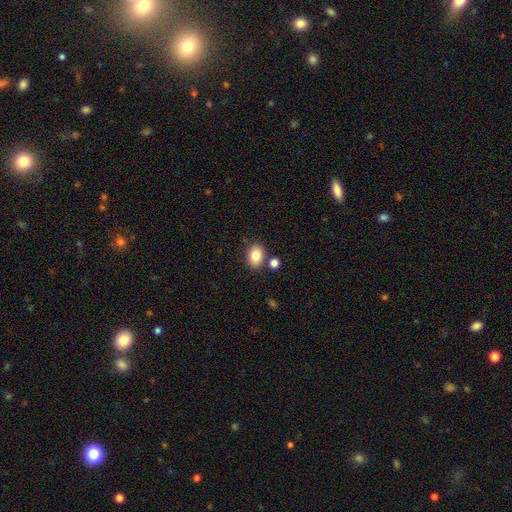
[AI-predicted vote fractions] Smooth or featured: smooth — 84% (star or artifact — 9%)
How rounded: in between — 71% (round — 28%)
Merging: none — 75% (minor disturbance — 11%)